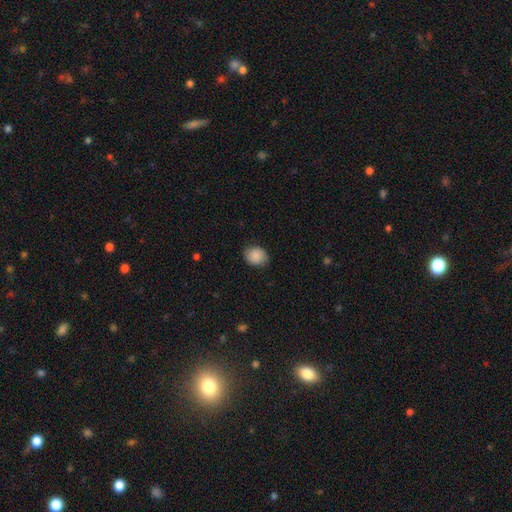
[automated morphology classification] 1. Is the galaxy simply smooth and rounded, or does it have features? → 87% smooth, 7% star or artifact, 6% featured or disk.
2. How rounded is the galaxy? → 61% round, 39% in between, 1% cigar-shaped.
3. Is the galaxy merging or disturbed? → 81% none, 15% minor disturbance, 3% major disturbance, 1% merger.